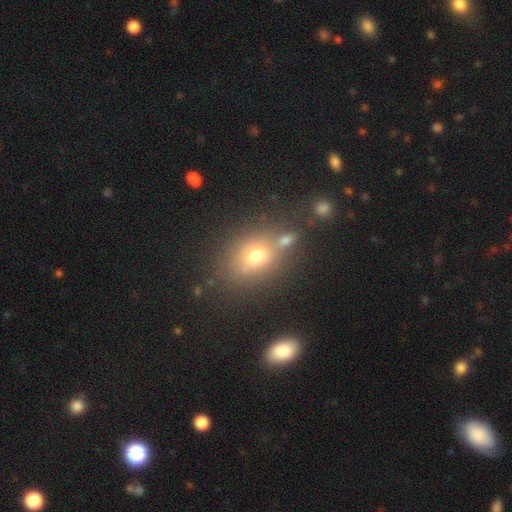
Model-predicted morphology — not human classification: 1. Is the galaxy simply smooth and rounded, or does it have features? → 70% smooth, 16% star or artifact, 15% featured or disk.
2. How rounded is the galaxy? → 51% round, 47% in between, 2% cigar-shaped.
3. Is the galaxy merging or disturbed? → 61% none, 21% merger, 13% minor disturbance, 6% major disturbance.